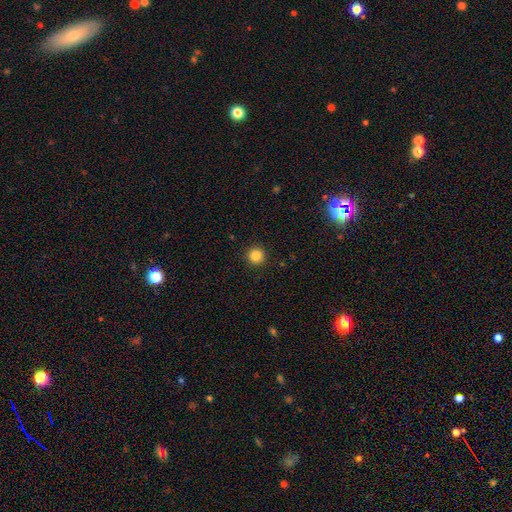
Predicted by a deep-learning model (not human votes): This is clearly a smooth galaxy (85%). How rounded: clearly round (95%). Merging: clearly none (93%).